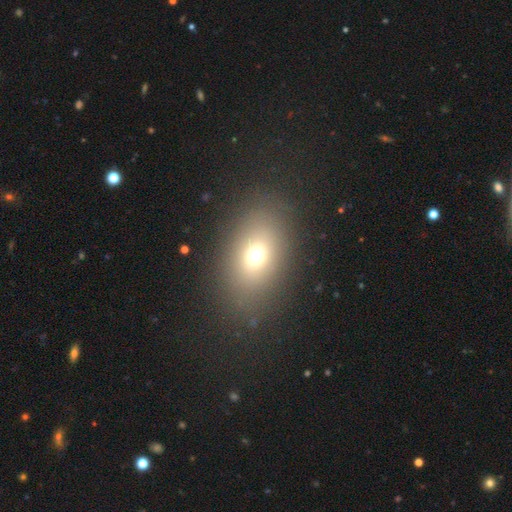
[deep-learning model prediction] smooth-or-featured: smooth: 67% | star or artifact: 18% | featured or disk: 14%
  how-rounded: in between: 70% | round: 28% | cigar-shaped: 2%
  merging: none: 82% | minor disturbance: 10% | major disturbance: 7% | merger: 2%